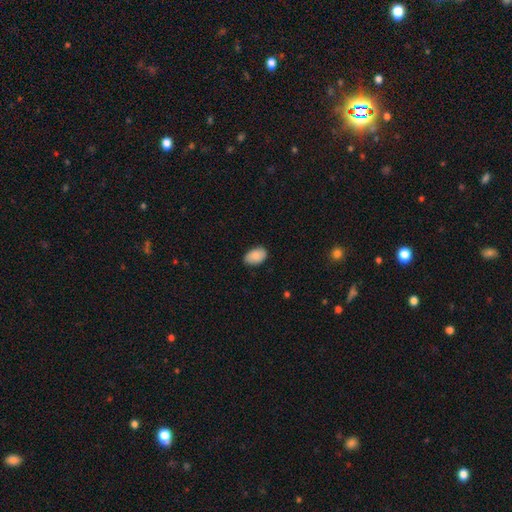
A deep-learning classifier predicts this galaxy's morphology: smooth-or-featured: smooth: 86% | featured or disk: 7% | star or artifact: 7%
  how-rounded: in between: 89% | round: 10% | cigar-shaped: 1%
  merging: none: 82% | minor disturbance: 14% | major disturbance: 2% | merger: 1%